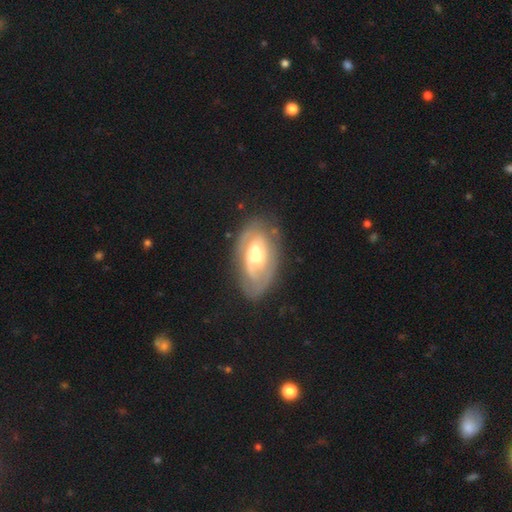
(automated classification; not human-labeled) smooth-or-featured: featured or disk: 70% | smooth: 24% | star or artifact: 6%
  disk-edge-on: no: 94% | yes: 6%
    bar: no: 47% | weak: 36% | strong: 16%
    has-spiral-arms: yes: 77% | no: 23%
      spiral-winding: tight: 47% | medium: 36% | loose: 17%
      spiral-arm-count: 2: 49% | can't tell: 28% | 1: 15% | 3: 5% | 4: 2% | more than 4: 2%
    bulge-size: moderate: 47% | large: 27% | small: 19% | none: 3% | dominant: 3%
  merging: none: 63% | minor disturbance: 21% | major disturbance: 12% | merger: 4%